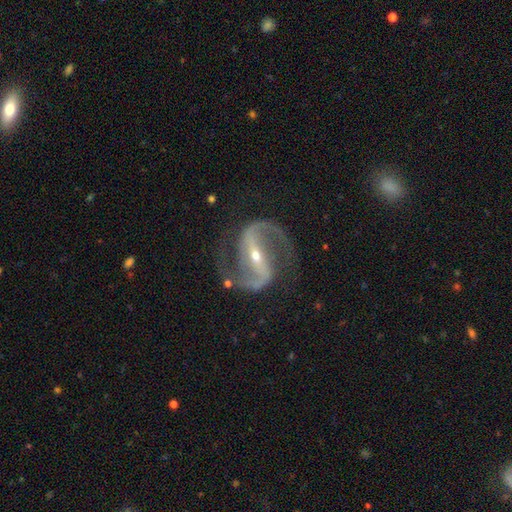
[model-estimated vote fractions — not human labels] Q: Smooth or featured?
A: featured or disk (93%); runner-up: star or artifact (5%)
Q: Edge-on disk?
A: no (97%); runner-up: yes (3%)
Q: Bar?
A: strong (68%); runner-up: weak (22%)
Q: Spiral arms?
A: yes (98%); runner-up: no (2%)
Q: Spiral winding?
A: medium (60%); runner-up: loose (25%)
Q: Spiral arm count?
A: 2 (94%); runner-up: can't tell (1%)
Q: Bulge size?
A: small (64%); runner-up: moderate (33%)
Q: Merging?
A: none (81%); runner-up: minor disturbance (12%)